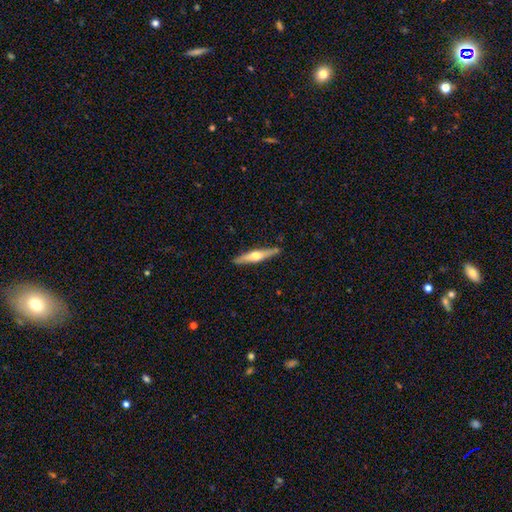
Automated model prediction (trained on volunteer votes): Smooth or featured?
  - featured or disk: 61% *
  - smooth: 34%
  - star or artifact: 5%
Edge-on disk?
  - yes: 96% *
  - no: 4%
Edge-on bulge?
  - rounded: 92% *
  - boxy: 4%
  - none: 4%
Merging?
  - none: 88% *
  - minor disturbance: 9%
  - merger: 2%
  - major disturbance: 2%